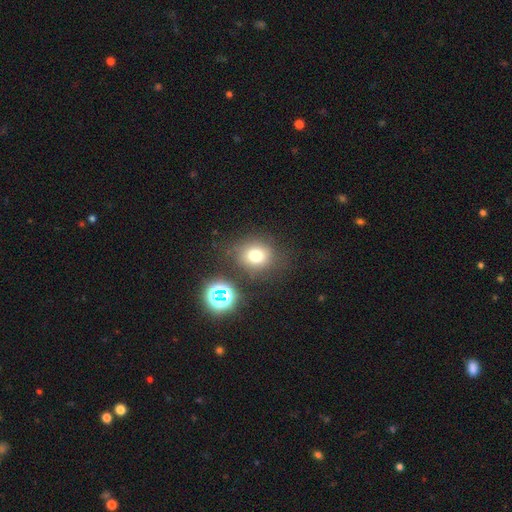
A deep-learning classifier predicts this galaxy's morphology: This is likely a smooth galaxy (72%). How rounded: likely round (77%). Merging: likely none (74%).